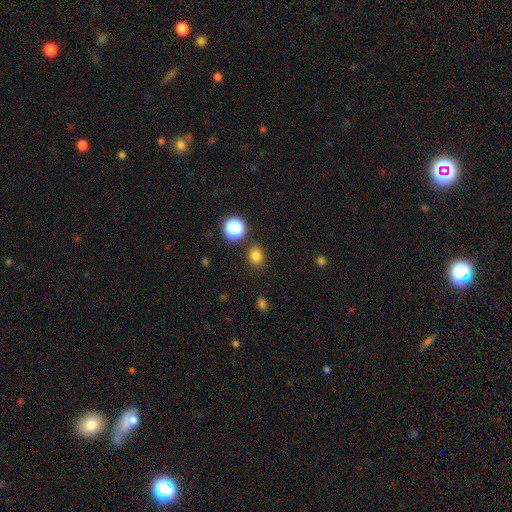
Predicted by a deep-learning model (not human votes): This appears to be a smooth galaxy with no disk features (81%) that is round (59%). Merging: none (86%).